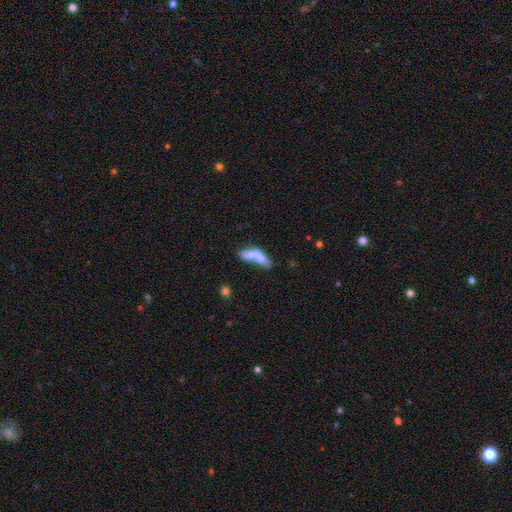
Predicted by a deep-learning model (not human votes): Morphology: type=smooth (59%); roundness=in between (54%); merging=merger (35%).